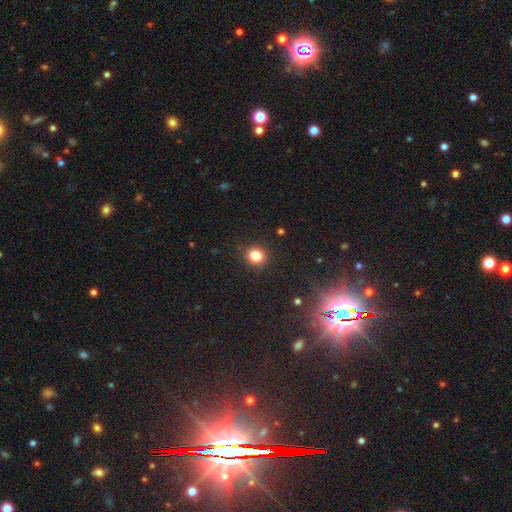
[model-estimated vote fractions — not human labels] smooth-or-featured: smooth: 82% | star or artifact: 12% | featured or disk: 5%
  how-rounded: round: 83% | in between: 16% | cigar-shaped: 1%
  merging: none: 90% | minor disturbance: 6% | major disturbance: 2% | merger: 1%